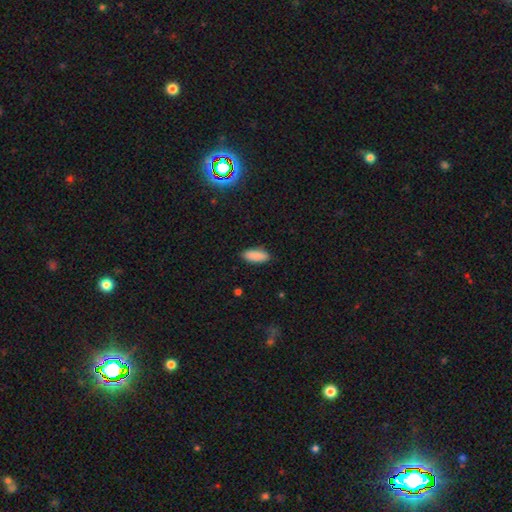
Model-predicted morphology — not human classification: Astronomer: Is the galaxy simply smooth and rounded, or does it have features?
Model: smooth — 89%.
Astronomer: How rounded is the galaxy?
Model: in between — 75%.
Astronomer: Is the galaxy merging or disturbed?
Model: none — 88%.